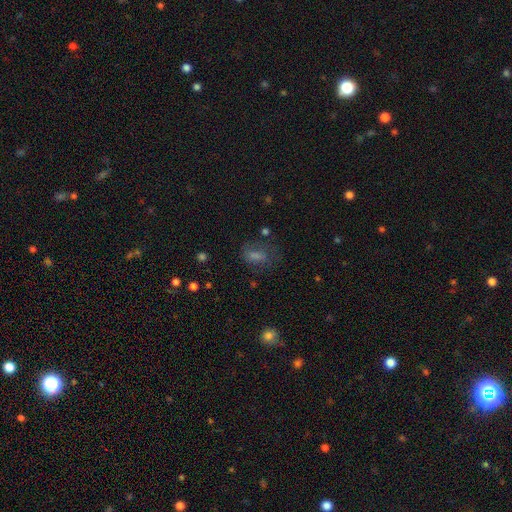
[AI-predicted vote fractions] Smooth or featured: smooth — 50% (featured or disk — 25%)
Merging: none — 59% (minor disturbance — 21%)